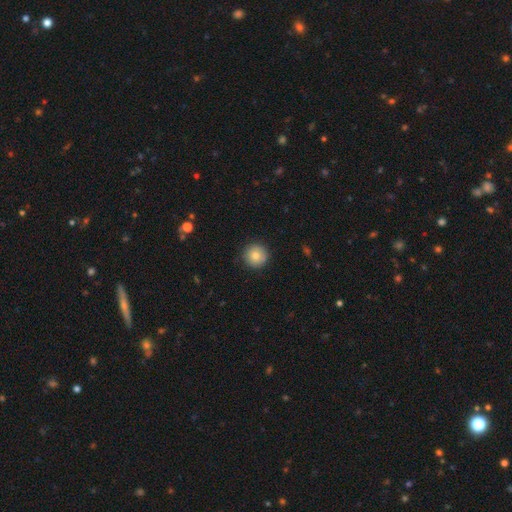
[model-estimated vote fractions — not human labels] Morphology: type=smooth (81%); roundness=round (96%); merging=none (90%).